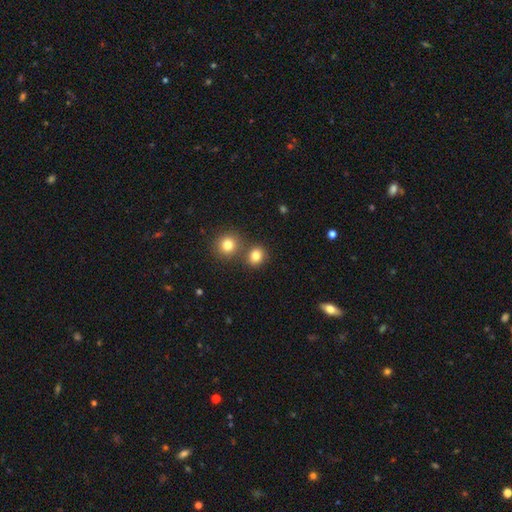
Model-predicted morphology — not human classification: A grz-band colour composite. It shows a smooth galaxy with no disk features (81%) that is round (75%). Merging: none (68%).